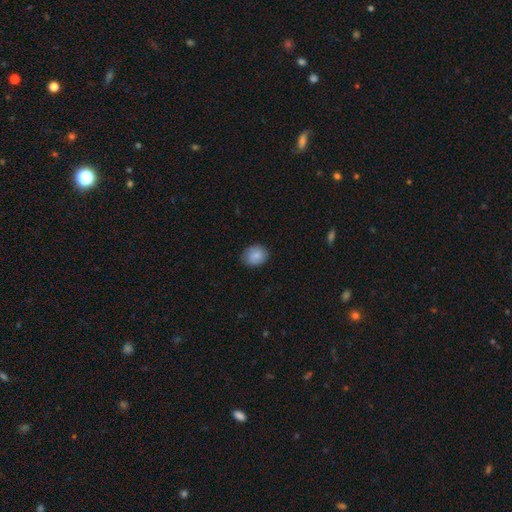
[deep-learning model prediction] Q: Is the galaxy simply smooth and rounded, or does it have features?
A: smooth — 85%.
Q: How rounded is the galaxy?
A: round — 62%.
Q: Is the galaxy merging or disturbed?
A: none — 80%.